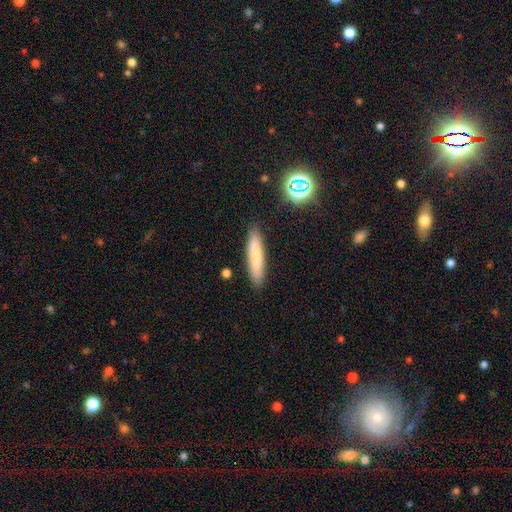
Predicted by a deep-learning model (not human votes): A smooth galaxy with no disk features (77%) that is cigar-shaped (87%). Merging: none (89%).